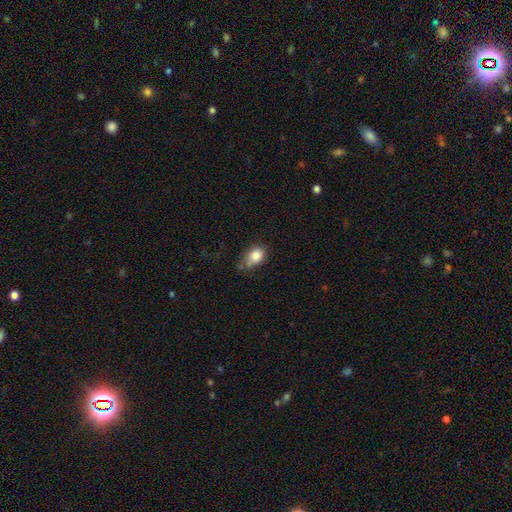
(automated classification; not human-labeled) smooth 82%, star or artifact 9%, featured or disk 8%. Down the decision tree: how rounded — in between (61%); merging — none (52%).